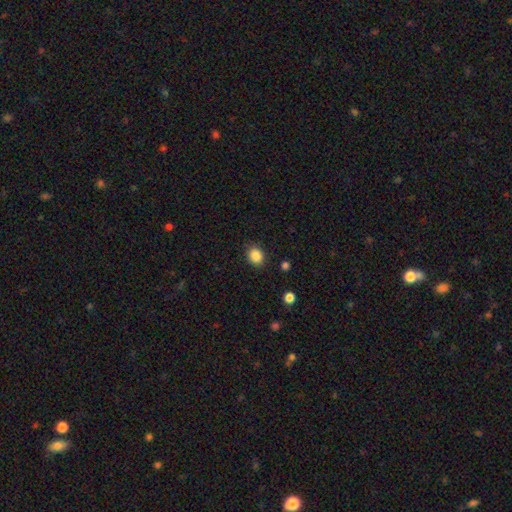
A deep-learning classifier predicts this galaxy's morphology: Smooth or featured? smooth (87%)
How rounded? round (59%)
Merging? none (86%)